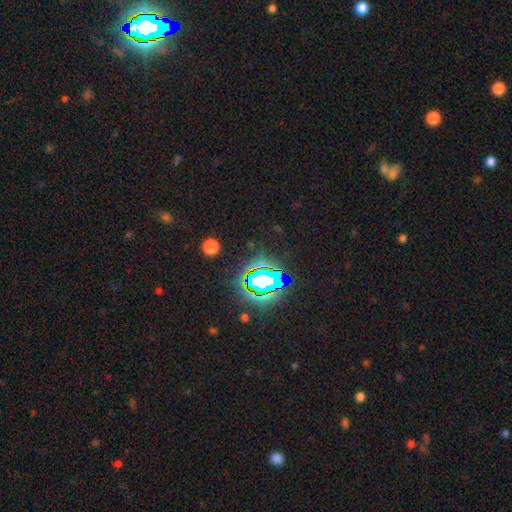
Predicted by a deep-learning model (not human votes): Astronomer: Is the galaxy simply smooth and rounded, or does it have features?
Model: star or artifact — 77%.